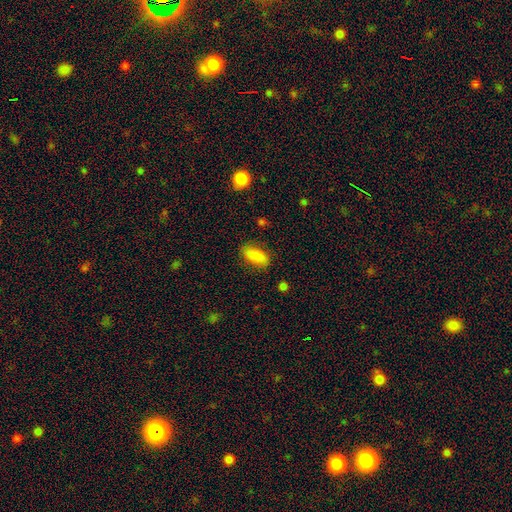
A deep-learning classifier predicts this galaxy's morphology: Smooth or featured: smooth — 86% (star or artifact — 7%)
How rounded: in between — 88% (cigar-shaped — 8%)
Merging: none — 83% (minor disturbance — 12%)